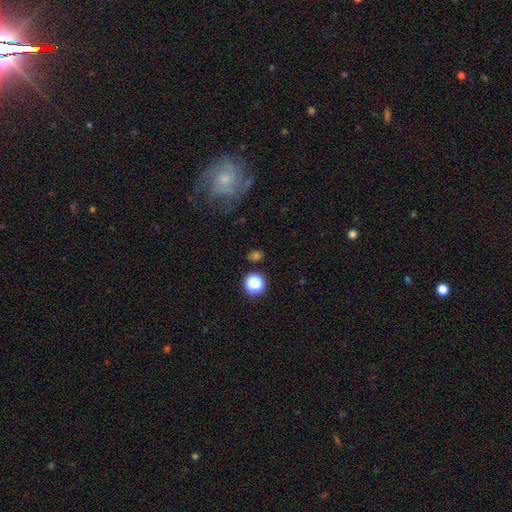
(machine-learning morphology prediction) smooth_or_featured: smooth (p=0.52) [alt: star or artifact p=0.30]
how_rounded: round (p=0.71) [alt: in between p=0.27]
merging: none (p=0.79) [alt: minor disturbance p=0.11]